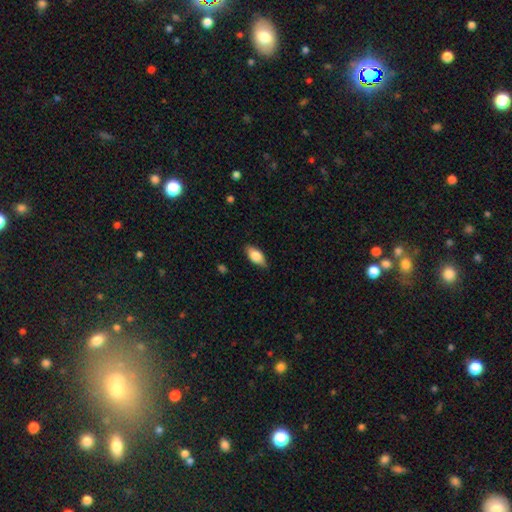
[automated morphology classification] The model was most divided on "smooth or featured": smooth: 77%, featured or disk: 17%, star or artifact: 6%. More confident: how rounded — in between (87%); merging — none (82%).